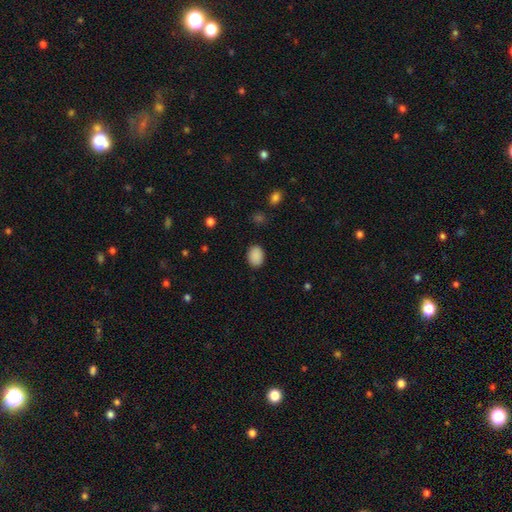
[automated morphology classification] smooth-or-featured: smooth: 89% | star or artifact: 8% | featured or disk: 3%
  how-rounded: in between: 70% | round: 29% | cigar-shaped: 1%
  merging: none: 87% | minor disturbance: 9% | major disturbance: 3% | merger: 1%